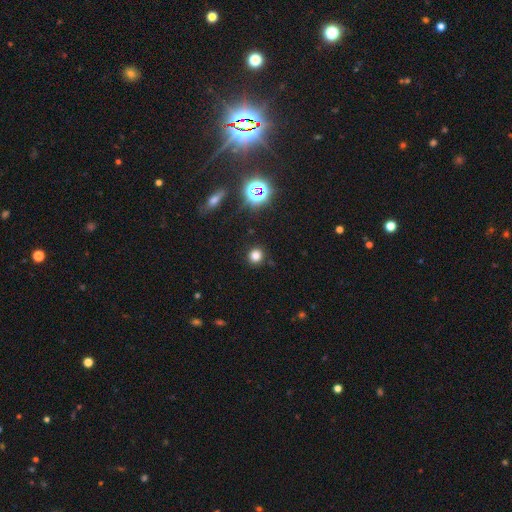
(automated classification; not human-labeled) Morphology: type=smooth (77%); roundness=round (91%); merging=none (91%).